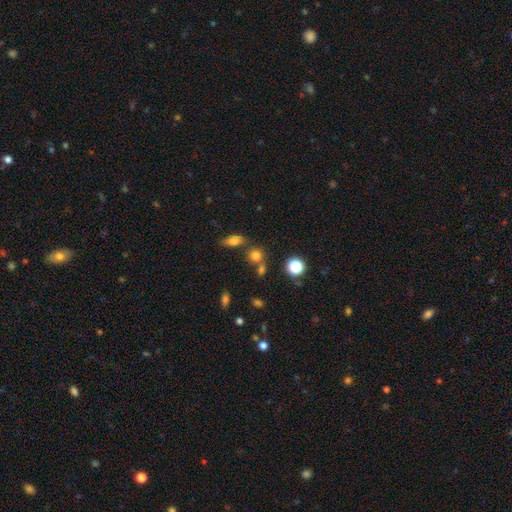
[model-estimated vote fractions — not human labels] Smooth or featured?
  - smooth: 73% *
  - star or artifact: 19%
  - featured or disk: 8%
How rounded?
  - round: 78% *
  - in between: 19%
  - cigar-shaped: 2%
Merging?
  - none: 61% *
  - merger: 24%
  - minor disturbance: 11%
  - major disturbance: 4%